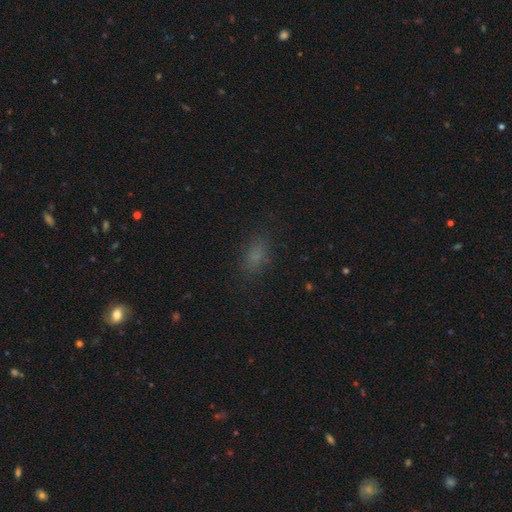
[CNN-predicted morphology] Smooth or featured? smooth (75%)
How rounded? in between (81%)
Merging? none (79%)